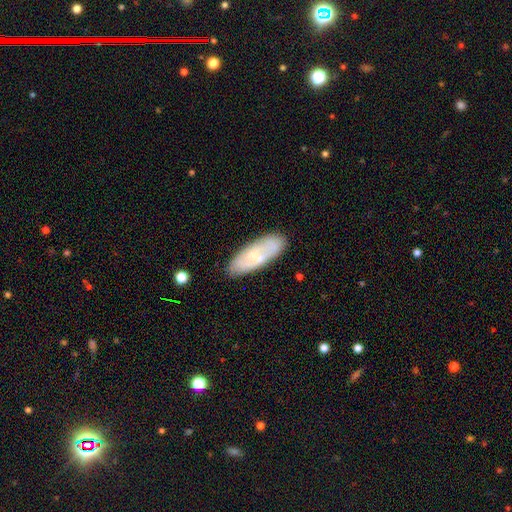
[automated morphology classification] Smooth or featured: smooth — 47% (tied with featured or disk — 47%)
Merging: none — 81% (minor disturbance — 14%)